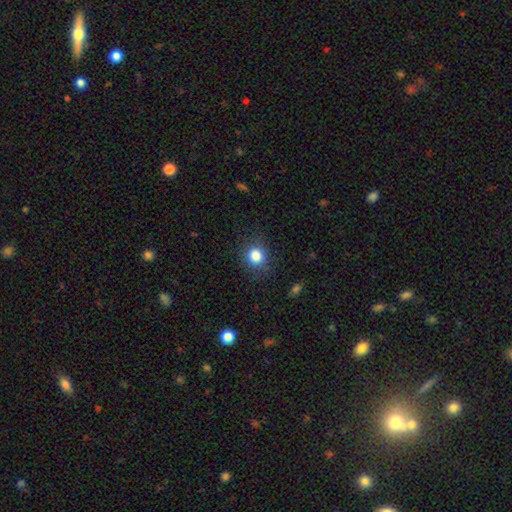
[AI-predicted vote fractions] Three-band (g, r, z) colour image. It shows a smooth galaxy with no disk features (84%) that is round (81%). Merging: none (82%).